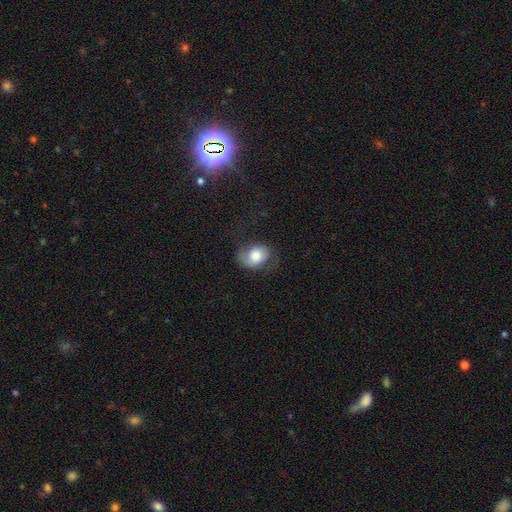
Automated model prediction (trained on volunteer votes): smooth 65%, featured or disk 27%, star or artifact 8%. Down the decision tree: how rounded — in between (65%); merging — none (55%).